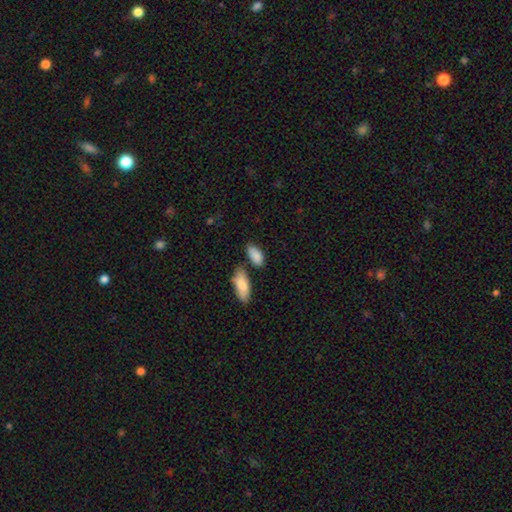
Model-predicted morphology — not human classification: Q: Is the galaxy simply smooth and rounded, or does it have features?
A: smooth — 87%.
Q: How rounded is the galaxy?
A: in between — 87%.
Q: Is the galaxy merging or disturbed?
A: none — 64%.